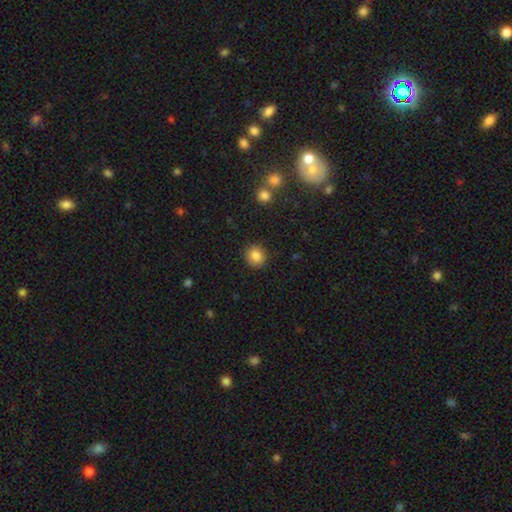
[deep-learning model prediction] Overall: smooth (85%). How rounded: round (82%). Merging: none (89%).